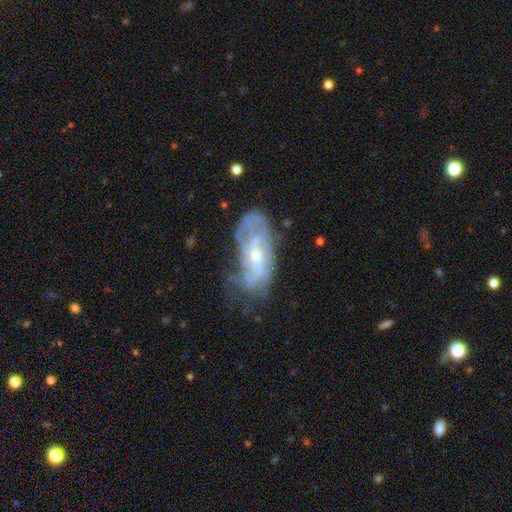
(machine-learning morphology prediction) type=featured or disk (74%); edge-on=no (91%); bar=no (61%); spiral arms=yes (68%); bulge=small (53%); merging=none (46%).